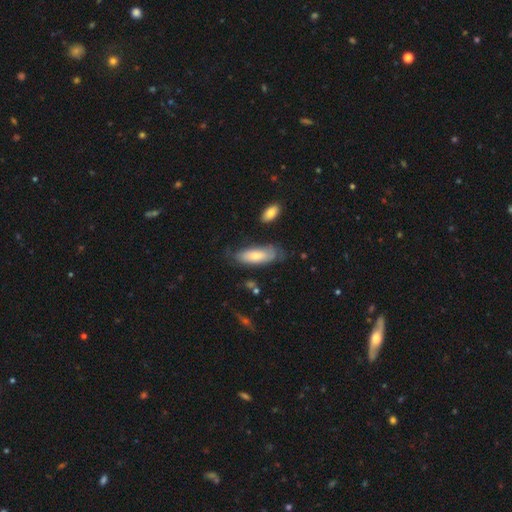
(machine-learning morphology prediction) Smooth or featured: smooth — 65% (featured or disk — 29%)
How rounded: in between — 70% (cigar-shaped — 29%)
Merging: none — 60% (minor disturbance — 27%)